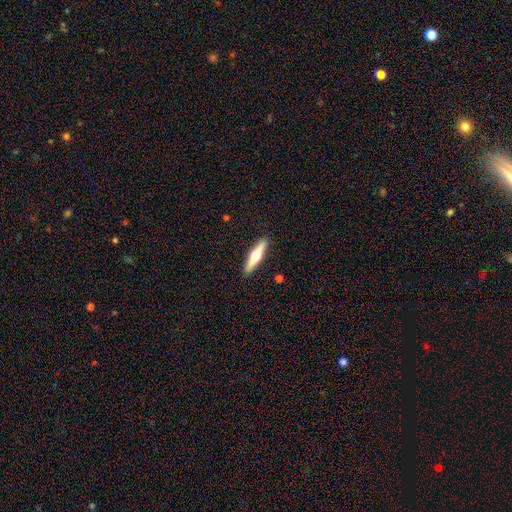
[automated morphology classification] This appears to be a featured or disk galaxy (54%) viewed edge-on (95%) with a rounded central bulge (93%). Merging: none (91%).